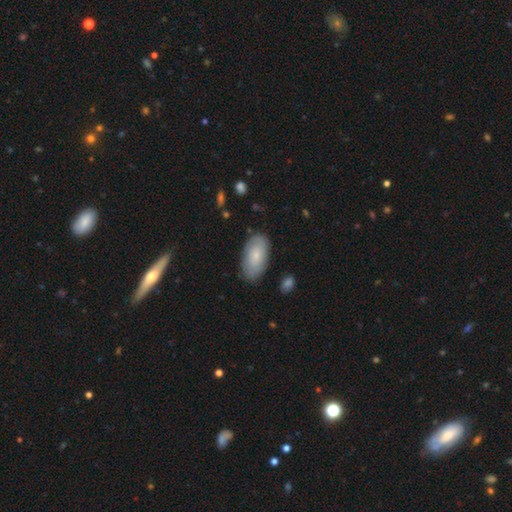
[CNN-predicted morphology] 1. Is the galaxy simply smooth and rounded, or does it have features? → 71% smooth, 23% featured or disk, 6% star or artifact.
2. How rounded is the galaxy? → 94% in between, 3% cigar-shaped, 3% round.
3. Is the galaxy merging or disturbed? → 80% none, 16% minor disturbance, 3% major disturbance, 1% merger.